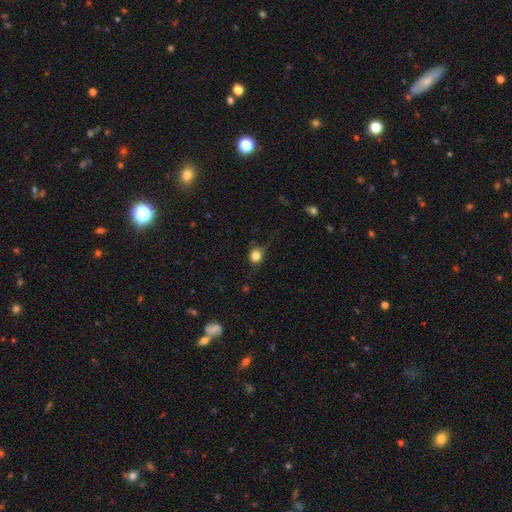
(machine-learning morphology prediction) type=smooth (81%); roundness=round (78%); merging=none (70%).